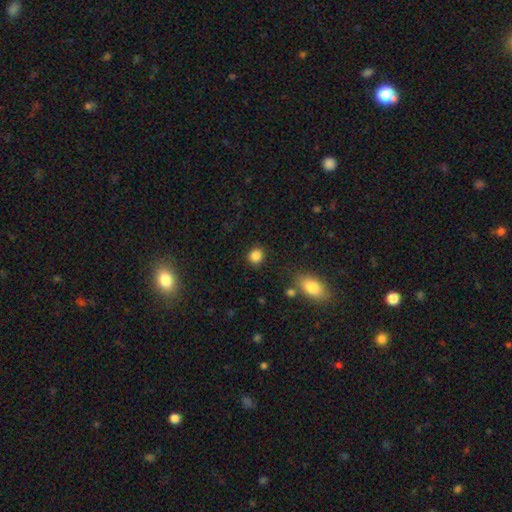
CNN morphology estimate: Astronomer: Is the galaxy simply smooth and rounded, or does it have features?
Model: smooth — 86%.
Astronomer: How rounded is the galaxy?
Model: round — 83%.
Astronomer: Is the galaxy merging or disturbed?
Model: none — 86%.